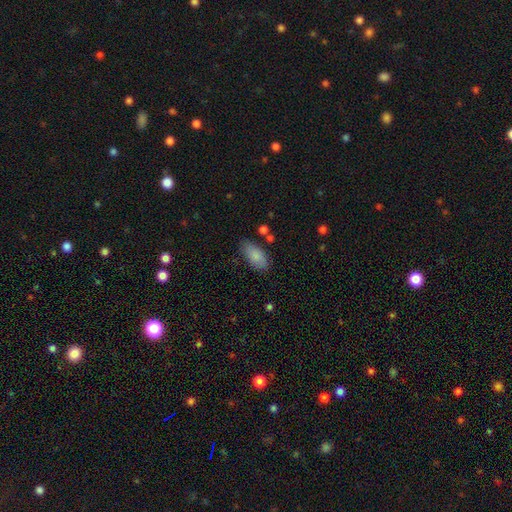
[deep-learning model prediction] smooth 86%, featured or disk 8%, star or artifact 6%. Down the decision tree: how rounded — in between (91%); merging — none (76%).